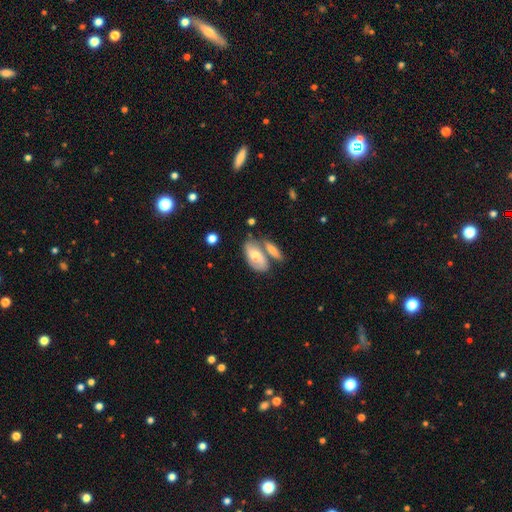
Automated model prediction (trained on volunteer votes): This appears to be a featured or disk galaxy (50%). Merging: none (43%).